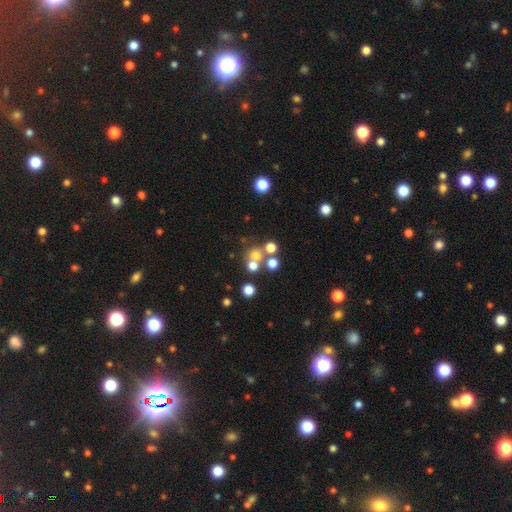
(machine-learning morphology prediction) This appears to be a smooth galaxy with no disk features (62%) that is round (88%). Merging: none (54%).